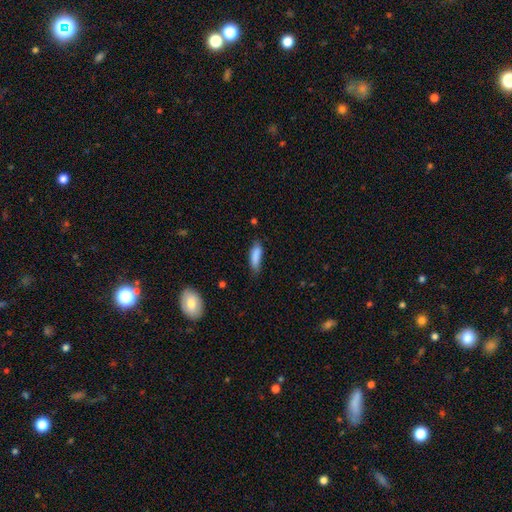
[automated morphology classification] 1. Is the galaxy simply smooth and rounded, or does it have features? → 86% smooth, 7% featured or disk, 7% star or artifact.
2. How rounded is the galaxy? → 51% cigar-shaped, 47% in between, 2% round.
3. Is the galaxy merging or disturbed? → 66% none, 27% minor disturbance, 5% major disturbance, 2% merger.